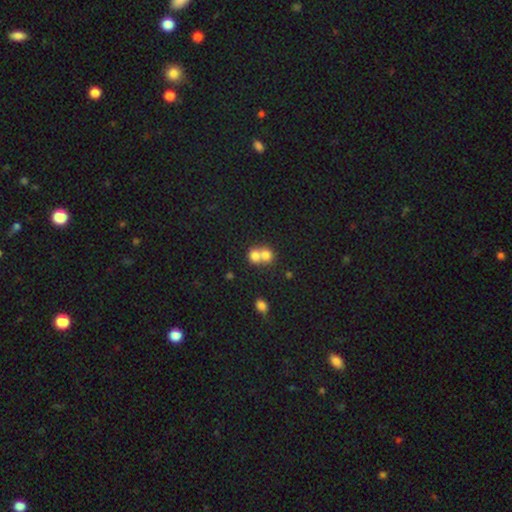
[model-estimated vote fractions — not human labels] The model was most divided on "merging": merger: 69%, none: 25%, minor disturbance: 4%, major disturbance: 2%. More confident: how rounded — round (75%); smooth or featured — smooth (74%).